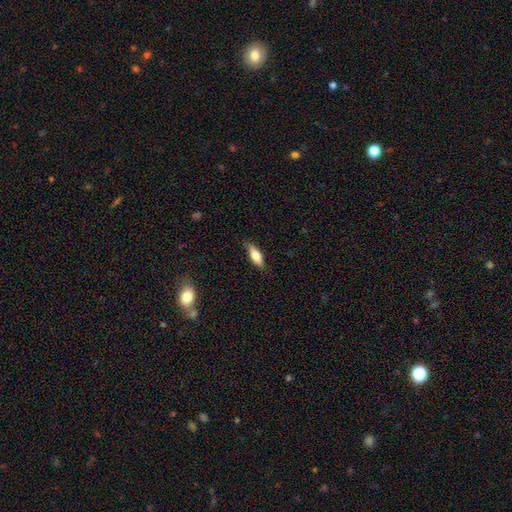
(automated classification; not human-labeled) Morphology: type=smooth (70%); roundness=in between (68%); merging=none (76%).